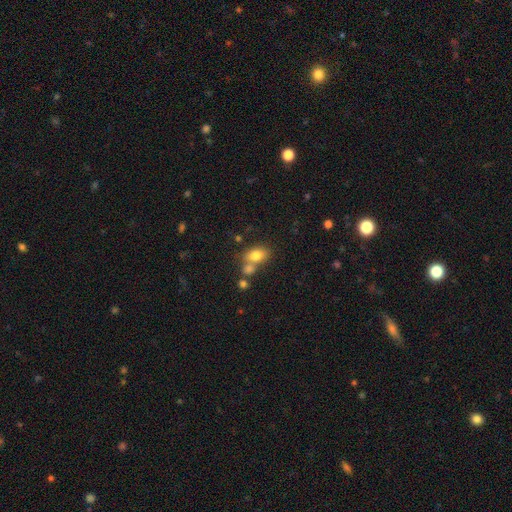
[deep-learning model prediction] smooth-or-featured: smooth: 79% | featured or disk: 11% | star or artifact: 10%
  how-rounded: in between: 79% | round: 19% | cigar-shaped: 2%
  merging: none: 49% | merger: 34% | minor disturbance: 12% | major disturbance: 4%